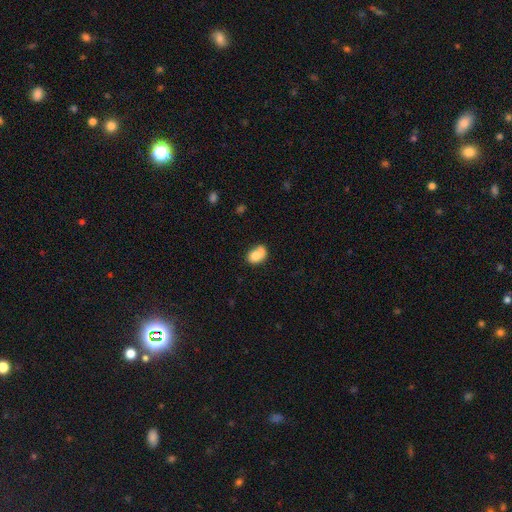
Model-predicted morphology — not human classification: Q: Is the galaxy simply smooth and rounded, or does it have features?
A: smooth — 77%.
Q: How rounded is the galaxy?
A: in between — 70%.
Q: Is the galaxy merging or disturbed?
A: none — 40%.